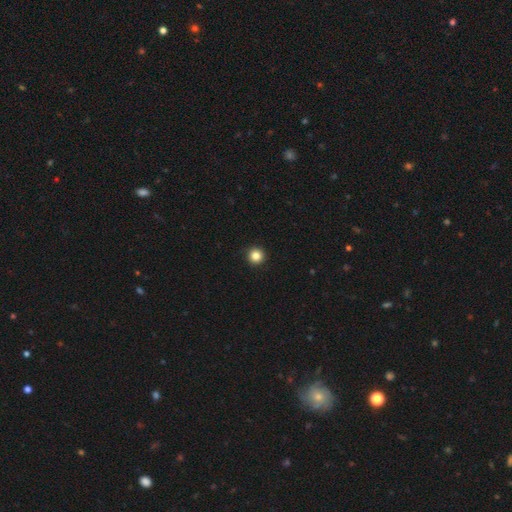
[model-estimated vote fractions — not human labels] The model was most divided on "smooth or featured": smooth: 84%, star or artifact: 11%, featured or disk: 5%. More confident: how rounded — round (97%); merging — none (94%).